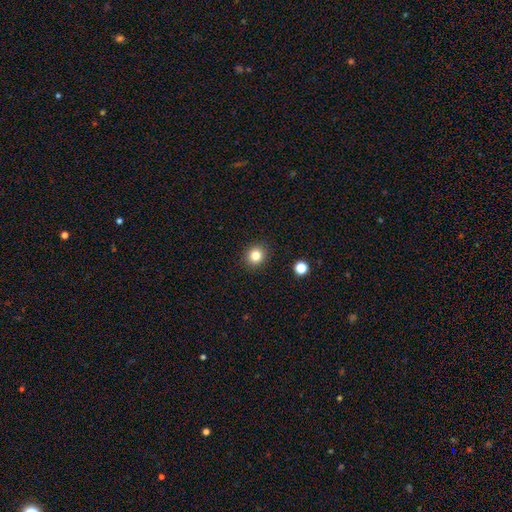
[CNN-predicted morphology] Smooth or featured? Predicted: smooth (p=0.82). How rounded? Predicted: round (p=0.87). Merging? Predicted: none (p=0.91).